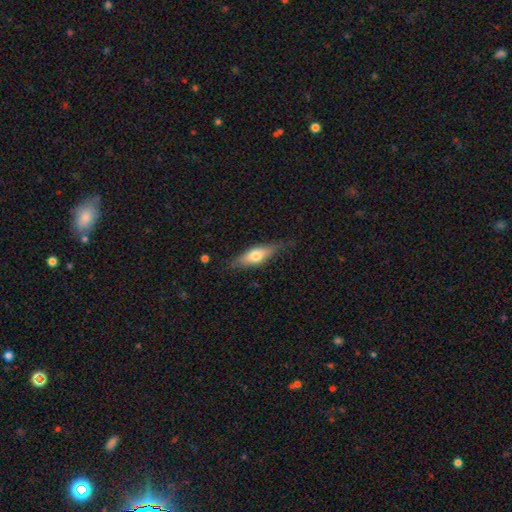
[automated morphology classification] A smooth galaxy with no disk features (57%) that is in between round and cigar-shaped (50%). Merging: none (78%).